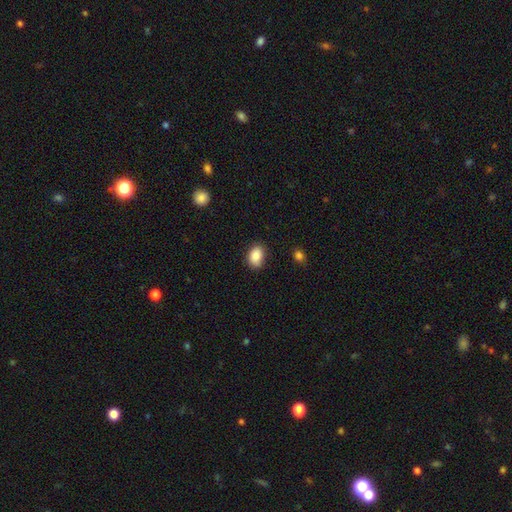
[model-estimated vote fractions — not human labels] Smooth or featured? Predicted: smooth (p=0.86). How rounded? Predicted: in between (p=0.79). Merging? Predicted: none (p=0.75).